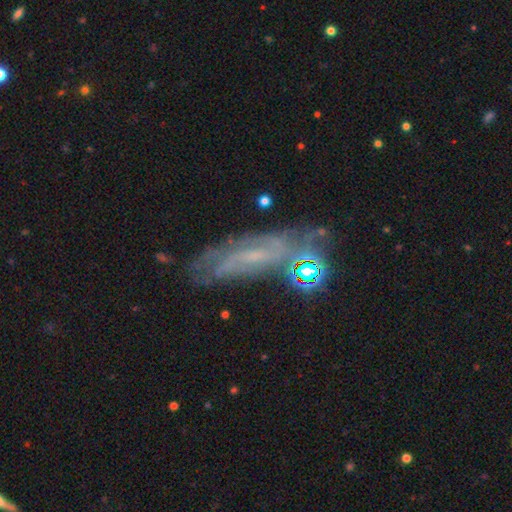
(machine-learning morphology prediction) A featured or disk galaxy (68%) with a weak bar (41%), spiral arms (81%) and a small central bulge (65%).

Vote fractions:
- Smooth or featured? featured or disk: 68% / smooth: 17% / star or artifact: 15%
- Edge-on disk? no: 79% / yes: 21%
- Bar? weak: 41% / no: 39% / strong: 20%
- Spiral arms? yes: 81% / no: 19%
- Bulge size? small: 65% / none: 21% / moderate: 12% / large: 1% / dominant: 1%
- Merging? none: 64% / minor disturbance: 18% / major disturbance: 11% / merger: 7%